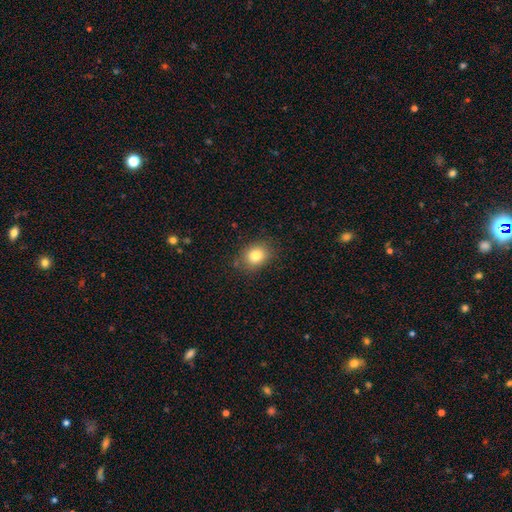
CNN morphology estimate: Smooth or featured?
  - smooth: 81% *
  - star or artifact: 11%
  - featured or disk: 8%
How rounded?
  - round: 55% *
  - in between: 44%
  - cigar-shaped: 1%
Merging?
  - none: 84% *
  - minor disturbance: 12%
  - major disturbance: 3%
  - merger: 2%